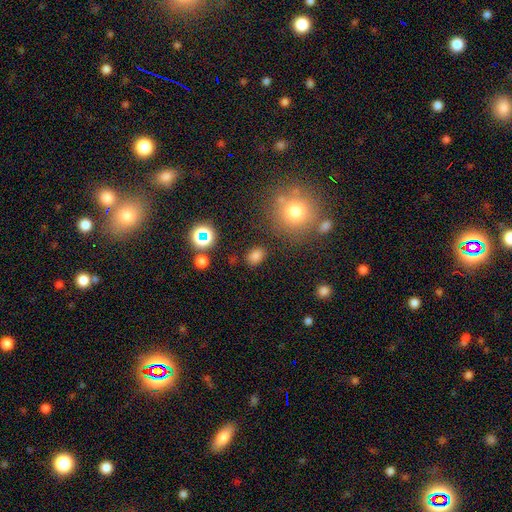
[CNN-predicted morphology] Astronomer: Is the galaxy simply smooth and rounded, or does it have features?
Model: smooth — 78%.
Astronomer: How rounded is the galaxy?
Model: in between — 64%.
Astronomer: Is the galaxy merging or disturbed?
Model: none — 83%.